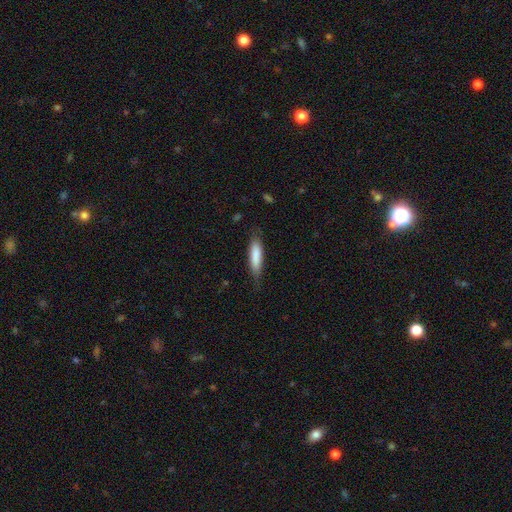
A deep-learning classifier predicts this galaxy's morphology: Smooth or featured? Predicted: smooth (p=0.82). How rounded? Predicted: cigar-shaped (p=0.70). Merging? Predicted: none (p=0.77).